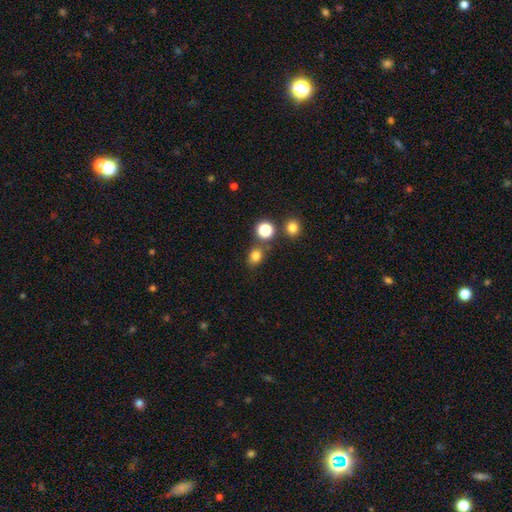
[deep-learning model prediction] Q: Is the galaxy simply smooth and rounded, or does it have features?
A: smooth — 80%.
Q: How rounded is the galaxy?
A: round — 59%.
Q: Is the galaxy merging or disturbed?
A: none — 73%.